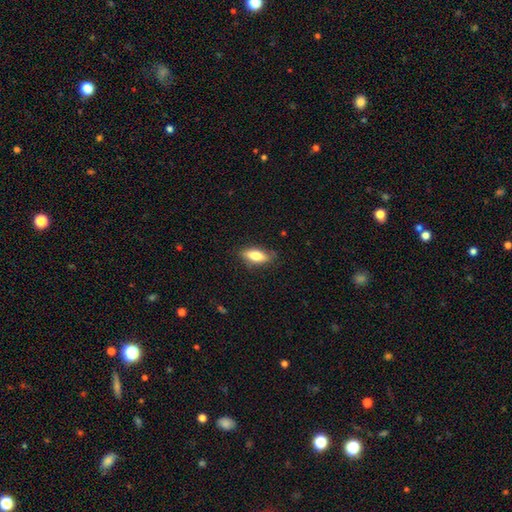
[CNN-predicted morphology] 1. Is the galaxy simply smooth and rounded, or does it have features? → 71% smooth, 22% featured or disk, 7% star or artifact.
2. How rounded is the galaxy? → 71% in between, 26% cigar-shaped, 3% round.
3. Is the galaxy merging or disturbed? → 78% none, 17% minor disturbance, 4% major disturbance, 1% merger.